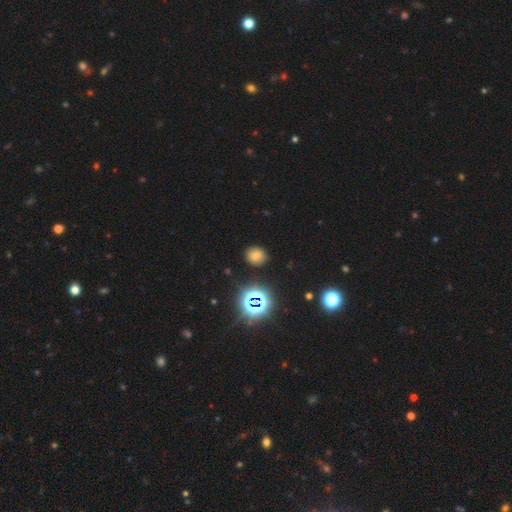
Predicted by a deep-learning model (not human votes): This is likely a smooth galaxy (69%). How rounded: likely round (75%). Merging: clearly none (86%).